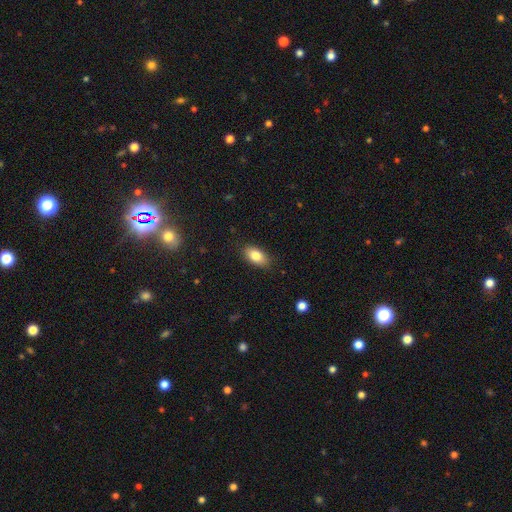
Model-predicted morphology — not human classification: A smooth galaxy with no disk features (83%) that is in between round and cigar-shaped (91%).

Vote fractions:
- Smooth or featured? smooth: 83% / featured or disk: 10% / star or artifact: 8%
- How rounded? in between: 91% / round: 5% / cigar-shaped: 4%
- Merging? none: 86% / minor disturbance: 11% / major disturbance: 2% / merger: 1%